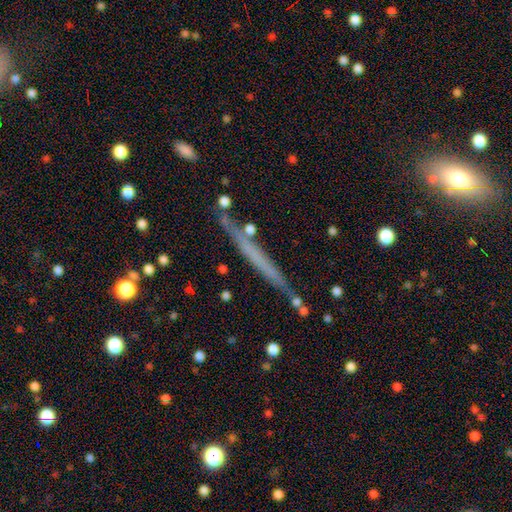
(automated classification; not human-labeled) Smooth or featured?
  - featured or disk: 51% *
  - smooth: 38%
  - star or artifact: 12%
Edge-on disk?
  - yes: 95% *
  - no: 5%
Merging?
  - none: 83% *
  - minor disturbance: 11%
  - merger: 3%
  - major disturbance: 3%